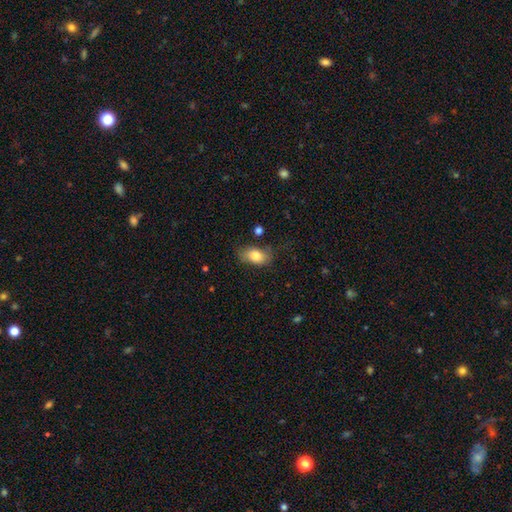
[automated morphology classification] This appears to be a smooth galaxy with no disk features (82%) that is in between round and cigar-shaped (87%). Merging: none (62%).